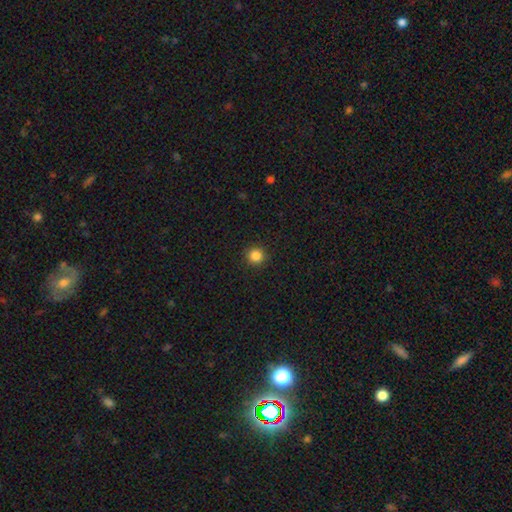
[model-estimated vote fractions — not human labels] A smooth galaxy with no disk features (86%) that is round (95%).

Vote fractions:
- Smooth or featured? smooth: 86% / star or artifact: 11% / featured or disk: 3%
- How rounded? round: 95% / in between: 4% / cigar-shaped: 1%
- Merging? none: 92% / minor disturbance: 5% / major disturbance: 2% / merger: 1%